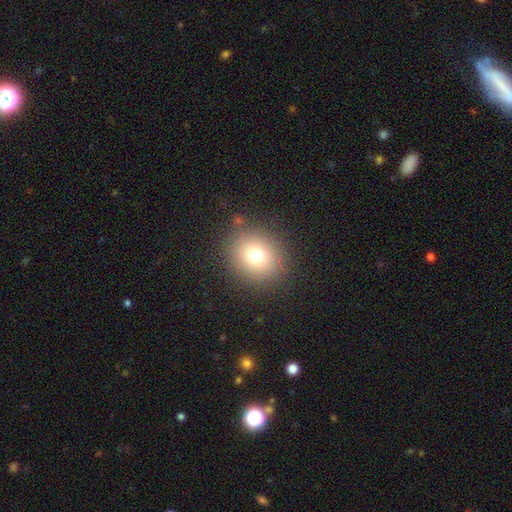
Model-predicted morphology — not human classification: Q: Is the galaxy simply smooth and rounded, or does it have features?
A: smooth — 74%.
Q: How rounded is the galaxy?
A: round — 79%.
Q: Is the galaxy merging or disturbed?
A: none — 86%.